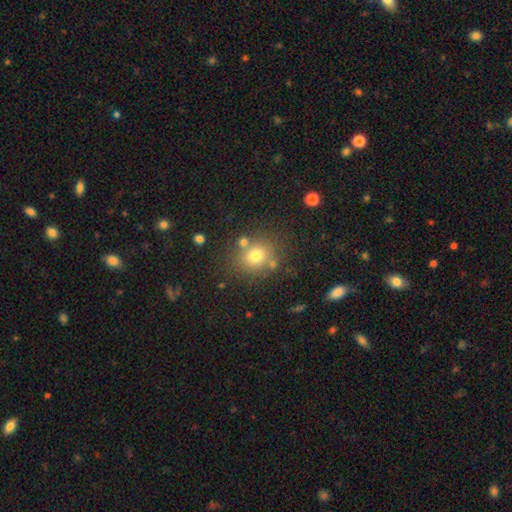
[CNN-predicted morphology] Smooth or featured? Predicted: smooth (p=0.74). How rounded? Predicted: round (p=0.78). Merging? Predicted: none (p=0.74).